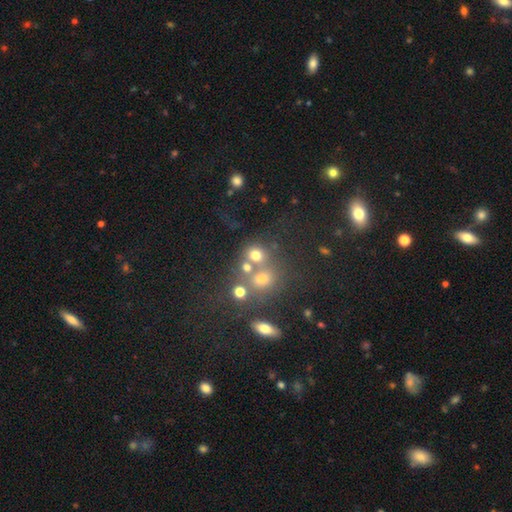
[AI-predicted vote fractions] This appears to be a smooth galaxy with no disk features (66%) that is round (77%). Merging: none (50%).